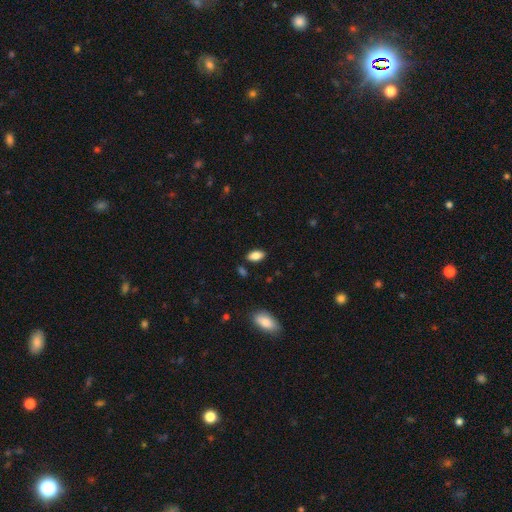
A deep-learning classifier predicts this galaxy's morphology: smooth 85%, star or artifact 8%, featured or disk 7%. Down the decision tree: how rounded — in between (93%); merging — none (86%).